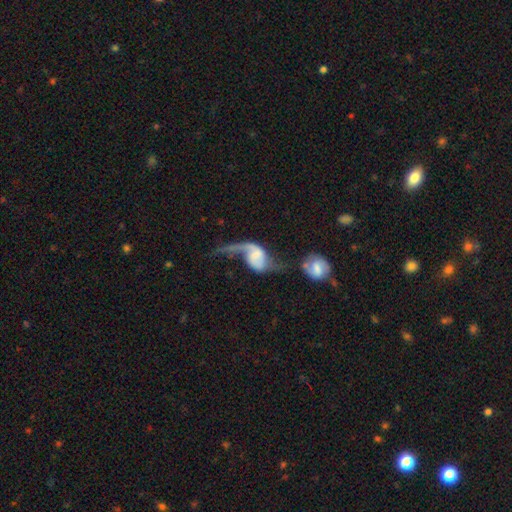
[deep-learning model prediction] This is likely a featured or disk galaxy (77%). It is clearly not viewed edge-on (97%). Bar: marginally weak (42%). Spiral arm pattern: clearly yes (89%). Spiral arm count: likely 2 (69%). Spiral winding: clearly loose (84%). Central bulge: marginally none (36%). Merging: marginally major disturbance (37%).